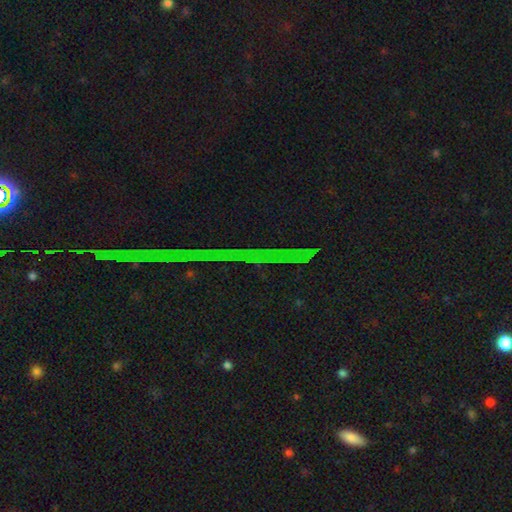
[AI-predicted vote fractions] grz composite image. It shows a star or artifact, not a galaxy (83%).